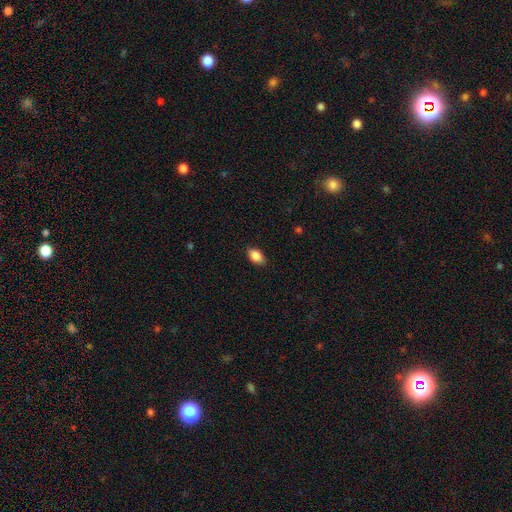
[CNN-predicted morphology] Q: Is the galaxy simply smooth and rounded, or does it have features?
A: smooth — 87%.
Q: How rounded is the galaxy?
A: in between — 90%.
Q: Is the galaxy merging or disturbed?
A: none — 86%.